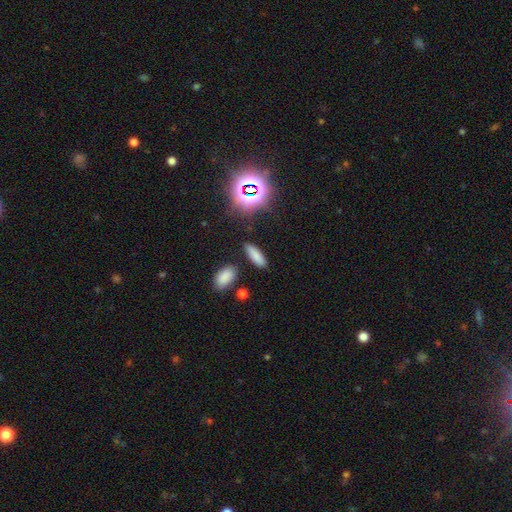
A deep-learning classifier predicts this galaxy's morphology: Smooth or featured? smooth (77%)
How rounded? in between (59%)
Merging? none (84%)